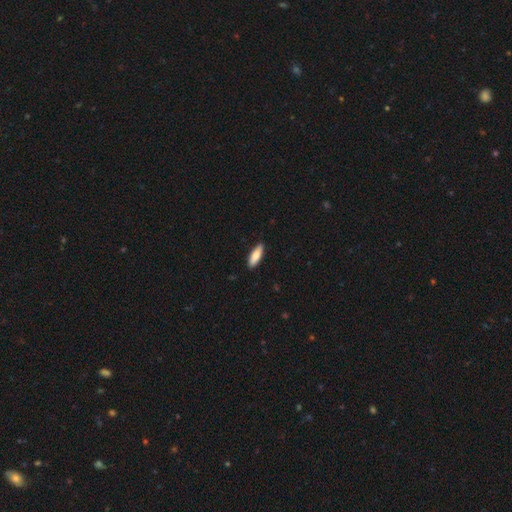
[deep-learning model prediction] Smooth or featured?
  - smooth: 80% *
  - featured or disk: 15%
  - star or artifact: 5%
How rounded?
  - in between: 54% *
  - cigar-shaped: 45%
  - round: 2%
Merging?
  - none: 90% *
  - minor disturbance: 8%
  - major disturbance: 1%
  - merger: 1%